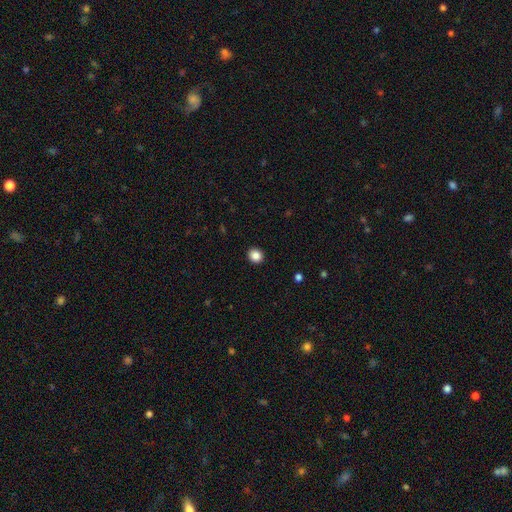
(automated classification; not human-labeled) A smooth galaxy with no disk features (86%) that is round (81%). Merging: none (92%).